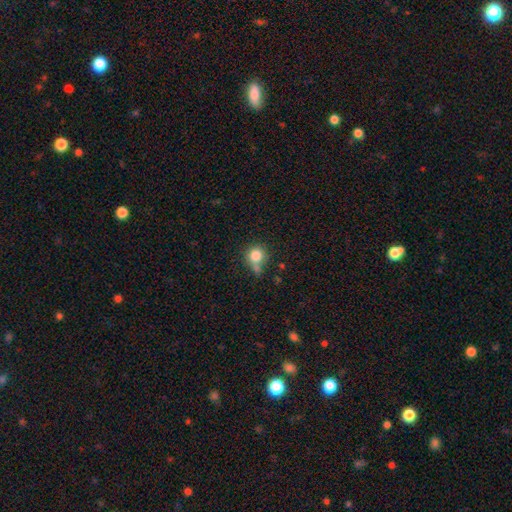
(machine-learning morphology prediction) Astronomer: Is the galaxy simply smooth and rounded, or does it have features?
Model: smooth — 81%.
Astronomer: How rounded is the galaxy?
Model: round — 88%.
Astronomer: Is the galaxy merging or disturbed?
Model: none — 53%.